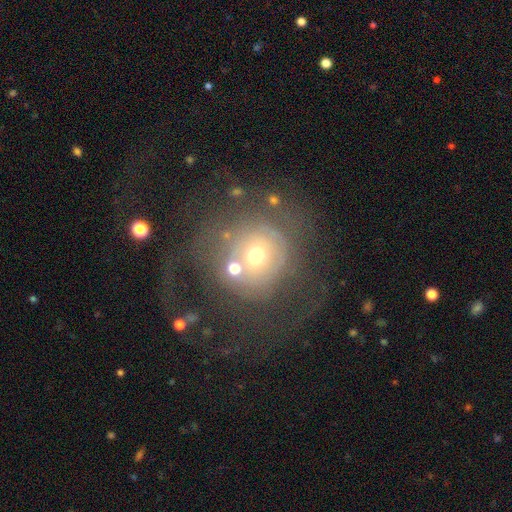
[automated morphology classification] Smooth or featured? Predicted: featured or disk (p=0.47). Merging? Predicted: none (p=0.40).